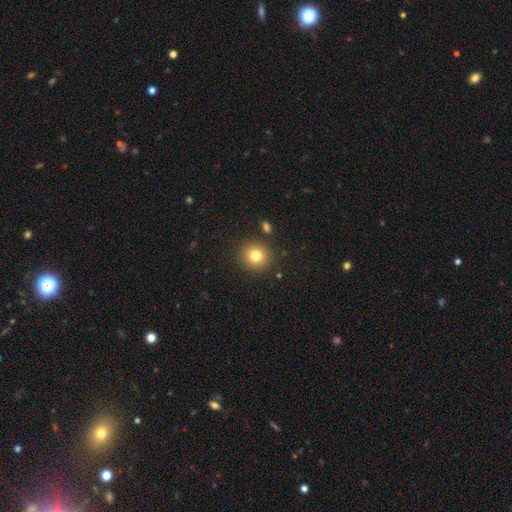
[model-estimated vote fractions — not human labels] A smooth galaxy with no disk features (80%) that is round (91%). Merging: none (87%).